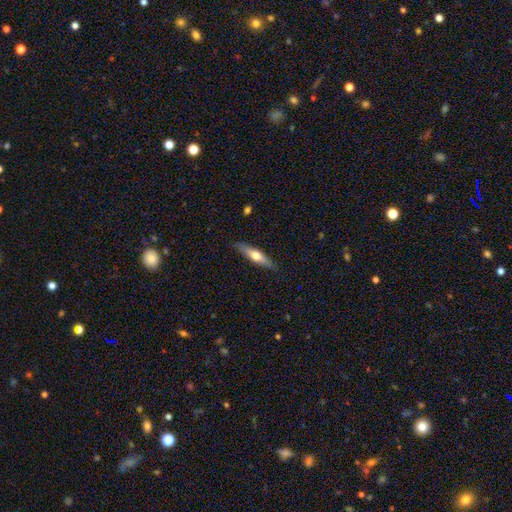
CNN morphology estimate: Smooth or featured? Predicted: featured or disk (p=0.48). Merging? Predicted: none (p=0.86).